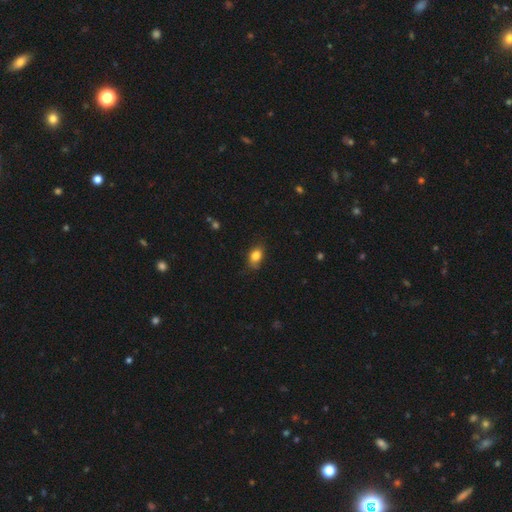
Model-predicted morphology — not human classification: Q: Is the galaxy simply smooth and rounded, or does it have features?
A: smooth — 83%.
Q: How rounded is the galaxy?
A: in between — 81%.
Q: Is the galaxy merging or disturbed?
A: none — 76%.